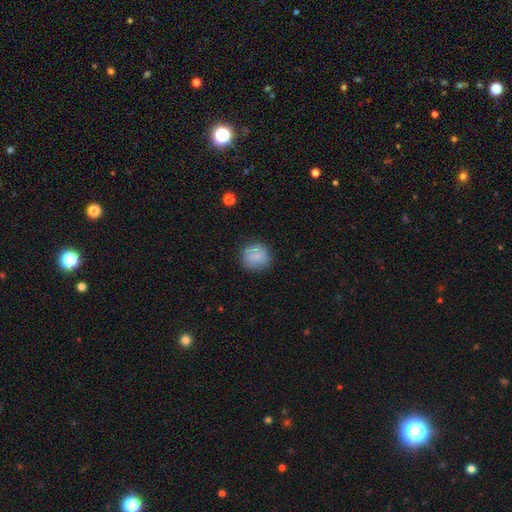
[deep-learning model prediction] smooth 81%, featured or disk 11%, star or artifact 8%. Down the decision tree: how rounded — round (89%); merging — none (80%).